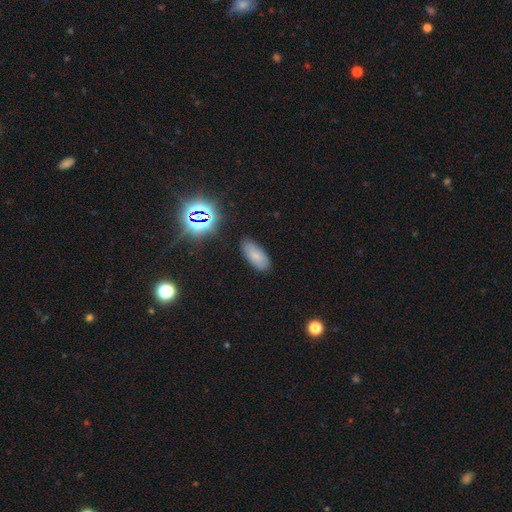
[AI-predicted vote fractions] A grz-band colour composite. It shows a smooth galaxy with no disk features (73%) that is in between round and cigar-shaped (89%). Merging: none (83%).